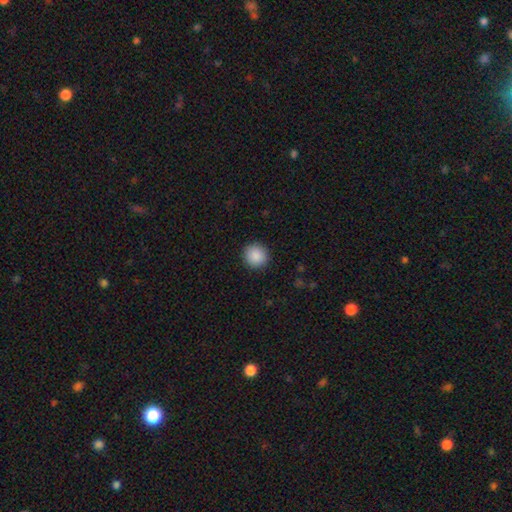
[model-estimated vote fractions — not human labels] Smooth or featured: smooth — 89% (star or artifact — 8%)
How rounded: round — 92% (in between — 7%)
Merging: none — 92% (minor disturbance — 5%)